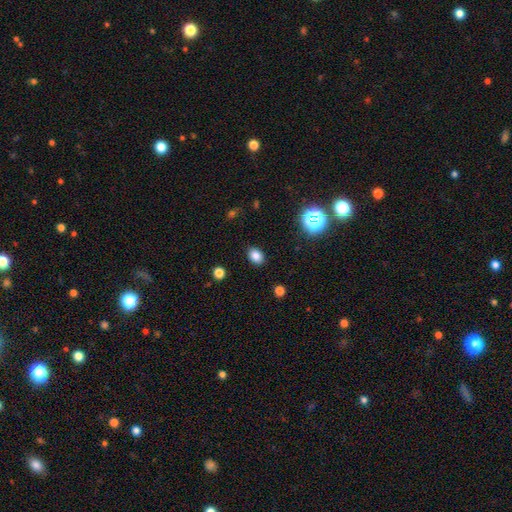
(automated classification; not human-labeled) Overall: smooth (82%). How rounded: in between (76%). Merging: none (89%).